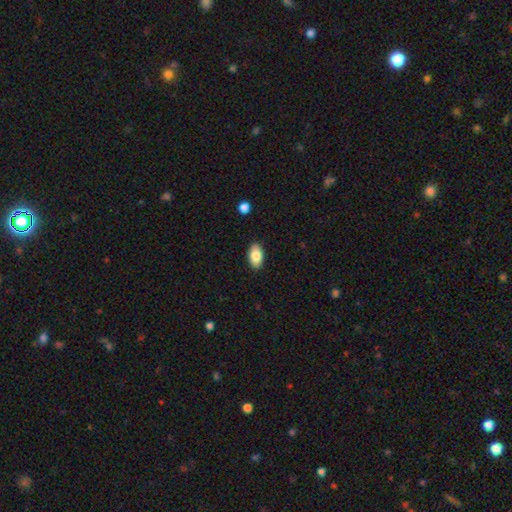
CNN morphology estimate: Q: Smooth or featured?
A: smooth (85%); runner-up: featured or disk (8%)
Q: How rounded?
A: in between (94%); runner-up: round (4%)
Q: Merging?
A: none (89%); runner-up: minor disturbance (8%)